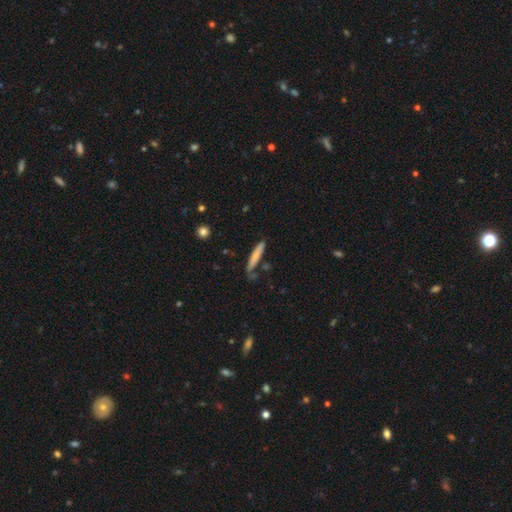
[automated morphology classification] A smooth galaxy with no disk features (75%) that is cigar-shaped (92%). Merging: none (75%).